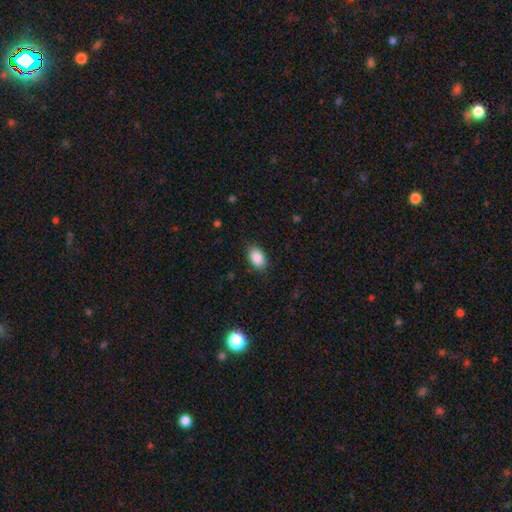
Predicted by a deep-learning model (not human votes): This is clearly a smooth galaxy (88%). How rounded: clearly in between (90%). Merging: clearly none (85%).